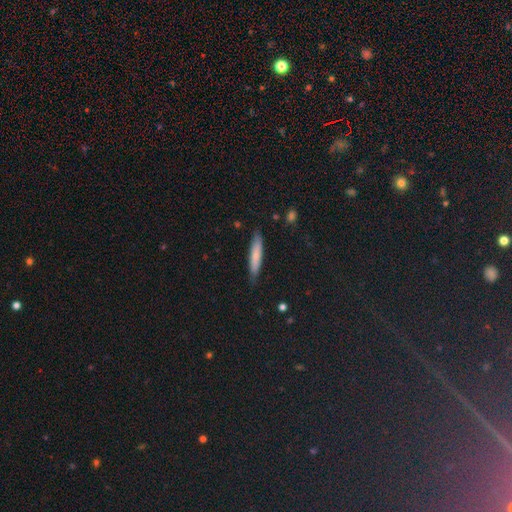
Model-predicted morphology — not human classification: smooth 74%, featured or disk 20%, star or artifact 6%. Down the decision tree: how rounded — cigar-shaped (90%); merging — none (86%).